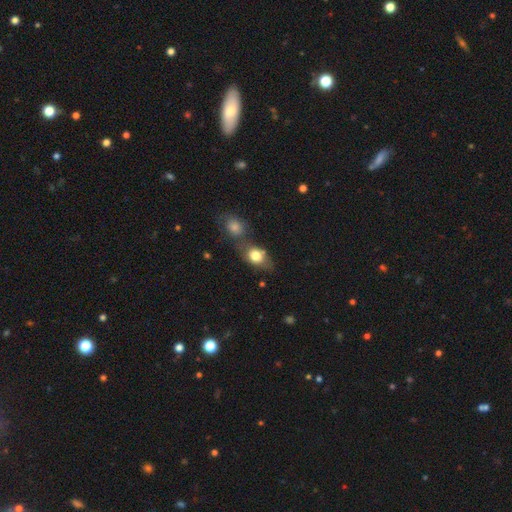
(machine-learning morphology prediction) smooth-or-featured: smooth: 76% | featured or disk: 14% | star or artifact: 9%
  how-rounded: in between: 68% | round: 29% | cigar-shaped: 3%
  merging: none: 45% | merger: 34% | minor disturbance: 15% | major disturbance: 6%